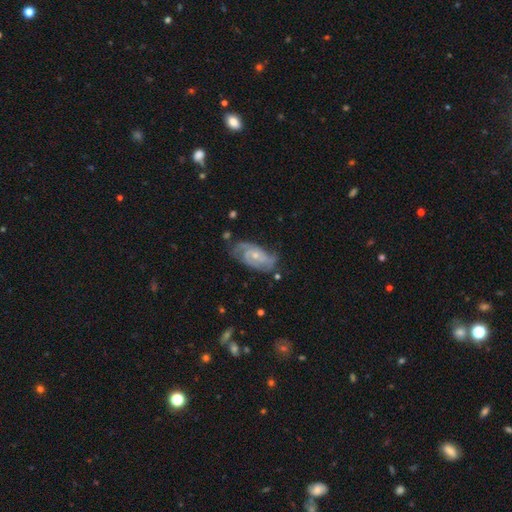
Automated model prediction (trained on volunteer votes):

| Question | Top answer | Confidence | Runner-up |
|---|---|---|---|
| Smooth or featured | featured or disk | 85% | smooth (10%) |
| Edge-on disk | no | 96% | yes (4%) |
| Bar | no | 60% | weak (33%) |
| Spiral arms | yes | 96% | no (4%) |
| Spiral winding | tight | 48% | medium (42%) |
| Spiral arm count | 2 | 62% | 3 (17%) |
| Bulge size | small | 60% | moderate (36%) |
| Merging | none | 65% | minor disturbance (24%) |